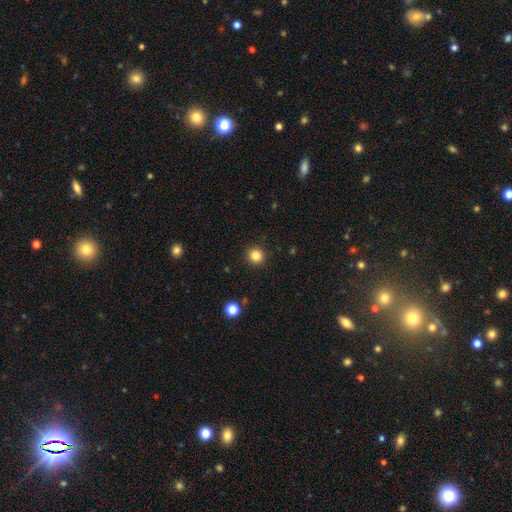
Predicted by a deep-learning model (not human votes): Overall: smooth (84%). How rounded: round (93%). Merging: none (92%).